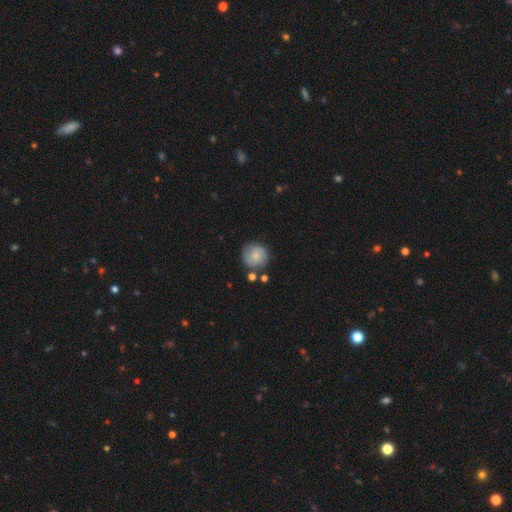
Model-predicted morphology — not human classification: Smooth or featured: smooth — 59% (featured or disk — 33%)
How rounded: round — 92% (in between — 7%)
Merging: none — 75% (minor disturbance — 15%)